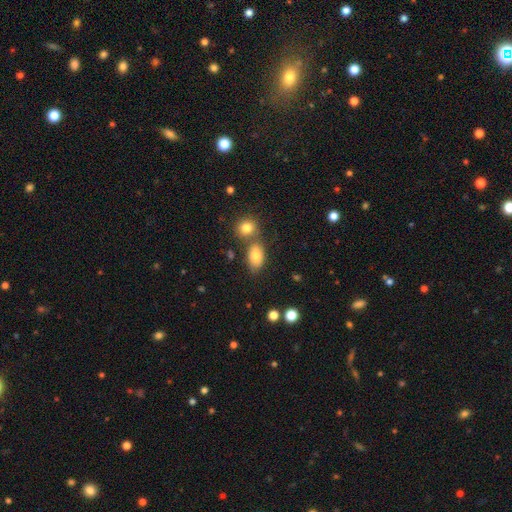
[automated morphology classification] smooth-or-featured: smooth: 80% | featured or disk: 11% | star or artifact: 9%
  how-rounded: in between: 88% | round: 10% | cigar-shaped: 2%
  merging: none: 59% | merger: 24% | minor disturbance: 13% | major disturbance: 4%